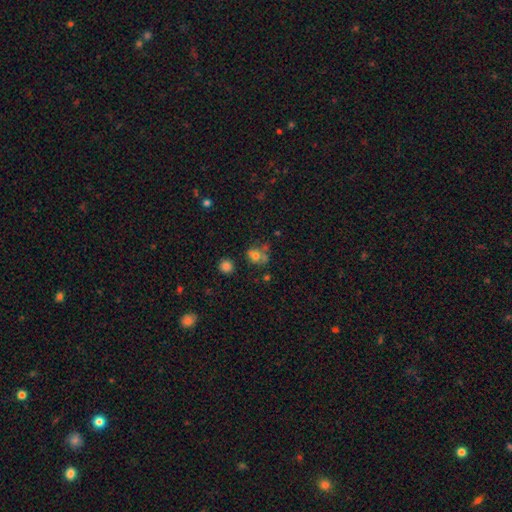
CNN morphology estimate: smooth_or_featured: smooth (p=0.66) [alt: featured or disk p=0.19]
how_rounded: round (p=0.59) [alt: in between p=0.40]
merging: none (p=0.46) [alt: minor disturbance p=0.21]